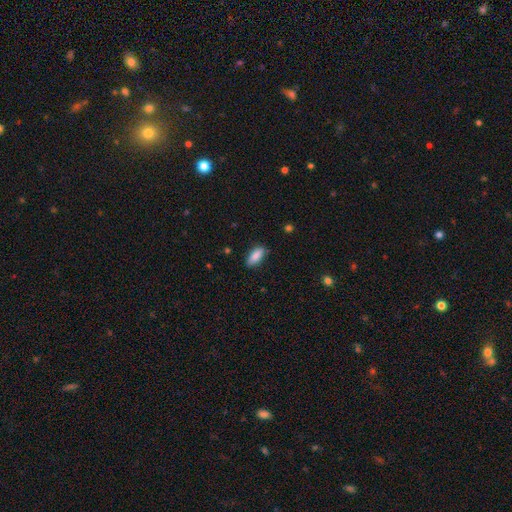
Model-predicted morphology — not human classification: type=smooth (86%); roundness=in between (80%); merging=none (85%).